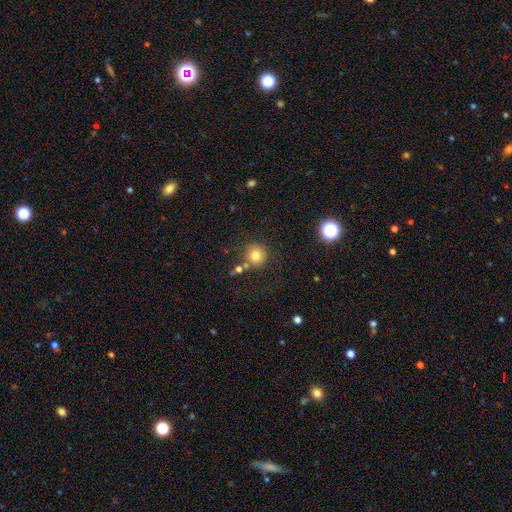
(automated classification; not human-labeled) Overall: smooth (79%). How rounded: round (93%). Merging: none (75%).